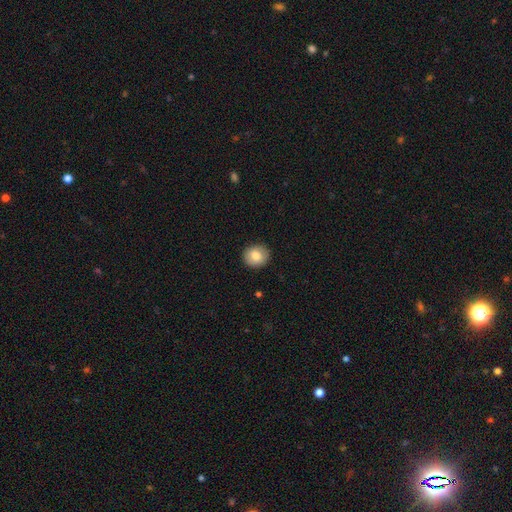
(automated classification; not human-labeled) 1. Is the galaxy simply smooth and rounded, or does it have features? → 81% smooth, 11% featured or disk, 8% star or artifact.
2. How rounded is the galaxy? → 84% round, 15% in between, 1% cigar-shaped.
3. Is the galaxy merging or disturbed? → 91% none, 7% minor disturbance, 2% major disturbance, 1% merger.